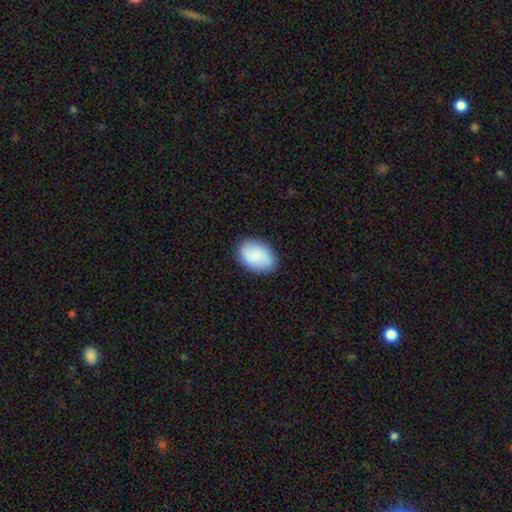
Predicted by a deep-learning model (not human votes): The model was most divided on "how rounded": in between: 82%, round: 17%, cigar-shaped: 1%. More confident: merging — none (84%); smooth or featured — smooth (81%).